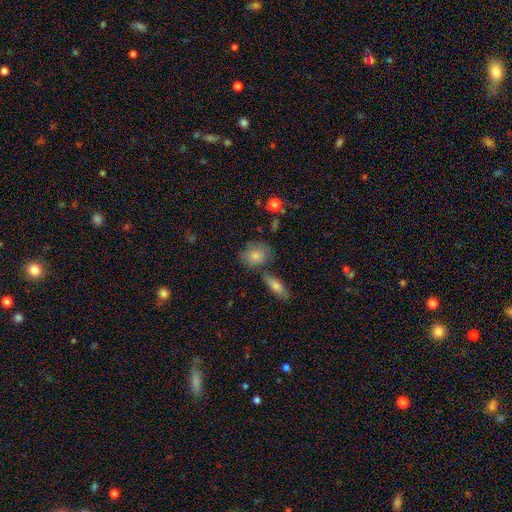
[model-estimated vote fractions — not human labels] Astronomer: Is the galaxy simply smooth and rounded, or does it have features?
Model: smooth — 79%.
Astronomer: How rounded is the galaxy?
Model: round — 53% (runner-up: in between, 45%).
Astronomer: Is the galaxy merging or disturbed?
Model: none — 62%.